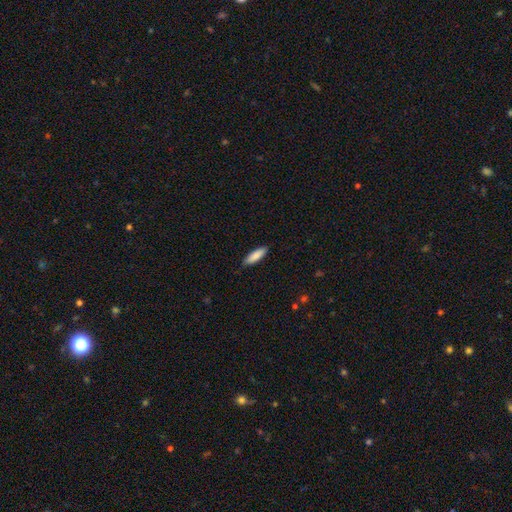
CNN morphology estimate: Overall: smooth (86%). How rounded: cigar-shaped (58%; in between 40%). Merging: none (85%).